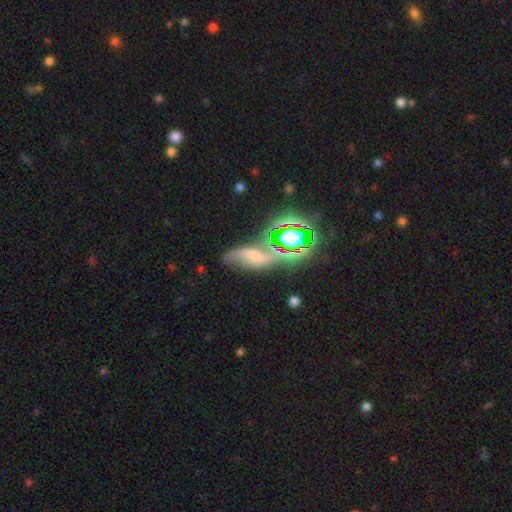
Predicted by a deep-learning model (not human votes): smooth_or_featured: featured or disk (p=0.50) [alt: star or artifact p=0.29]
merging: none (p=0.52) [alt: minor disturbance p=0.21]